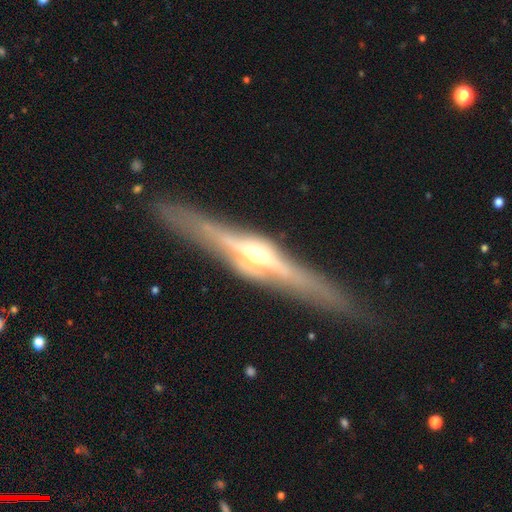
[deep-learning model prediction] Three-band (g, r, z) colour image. It shows a featured or disk galaxy (83%) viewed edge-on (95%) with a rounded central bulge (90%). Merging: none (85%).